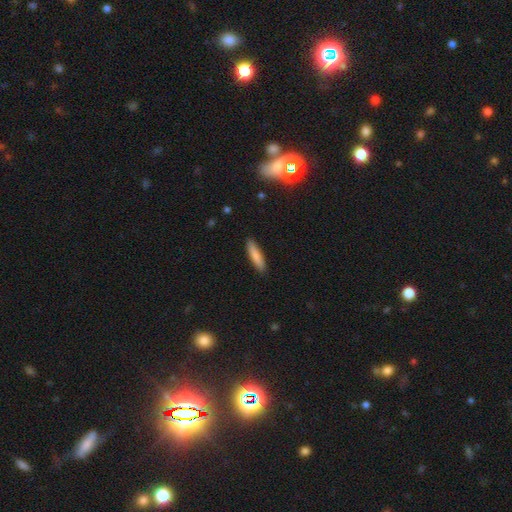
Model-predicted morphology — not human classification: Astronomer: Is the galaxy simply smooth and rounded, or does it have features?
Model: smooth — 81%.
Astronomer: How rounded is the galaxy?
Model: cigar-shaped — 82%.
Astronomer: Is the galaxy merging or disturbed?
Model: none — 89%.